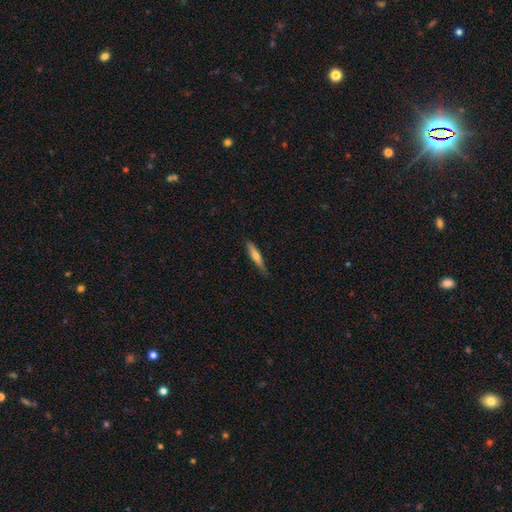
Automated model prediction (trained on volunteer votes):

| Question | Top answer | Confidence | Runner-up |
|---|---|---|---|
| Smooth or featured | smooth | 55% | featured or disk (39%) |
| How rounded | cigar-shaped | 86% | in between (12%) |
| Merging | none | 78% | minor disturbance (18%) |